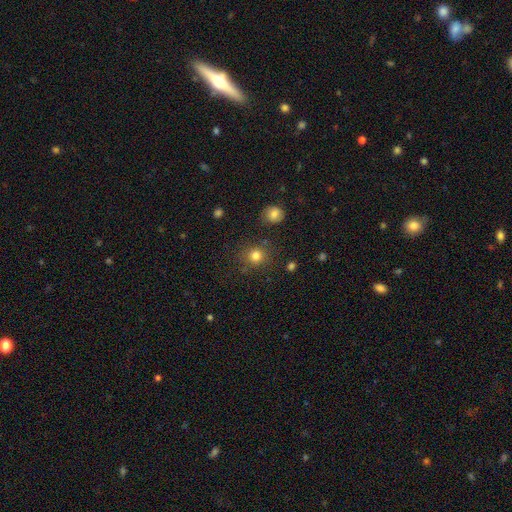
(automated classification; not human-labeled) Morphology: type=smooth (81%); roundness=round (88%); merging=none (81%).